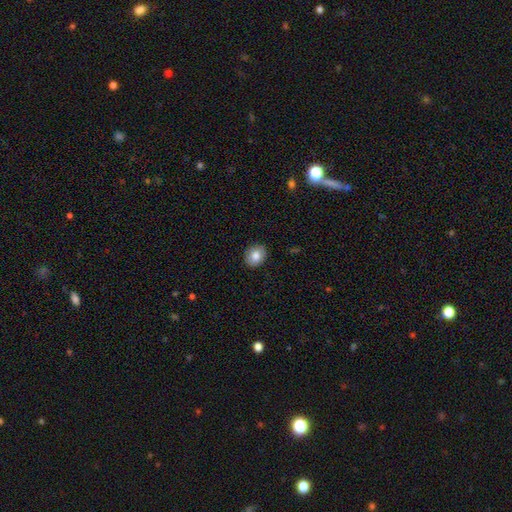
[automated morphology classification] This is clearly a smooth galaxy (83%). How rounded: possibly round (58%). Merging: clearly none (90%).